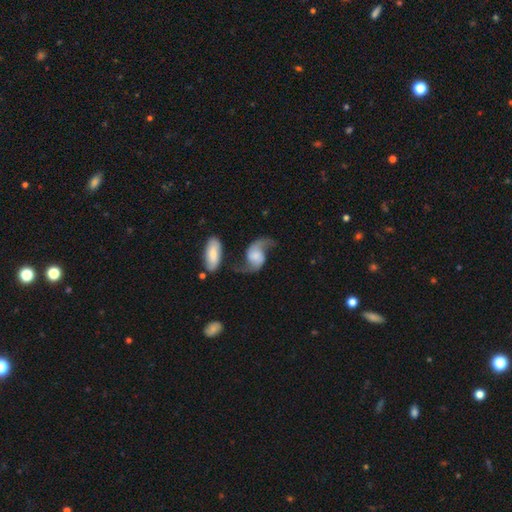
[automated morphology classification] This appears to be a featured or disk galaxy (81%) with no bar (57%), 2 (90%) loose (79%) spiral arms (95%) and no central bulge (27%). Merging: none (52%).